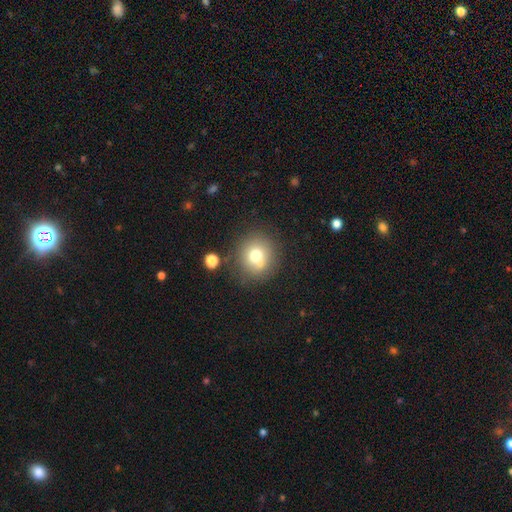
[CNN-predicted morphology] smooth_or_featured: smooth (p=0.71) [alt: featured or disk p=0.16]
how_rounded: round (p=0.89) [alt: in between p=0.10]
merging: none (p=0.69) [alt: merger p=0.15]